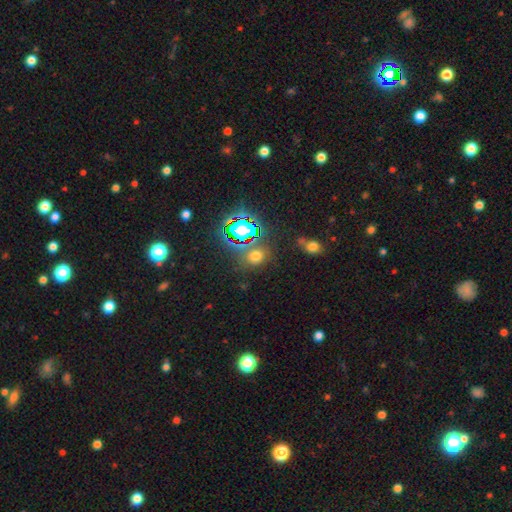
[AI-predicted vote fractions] smooth 54%, star or artifact 38%, featured or disk 8%. Down the decision tree: how rounded — round (63%); merging — none (77%).